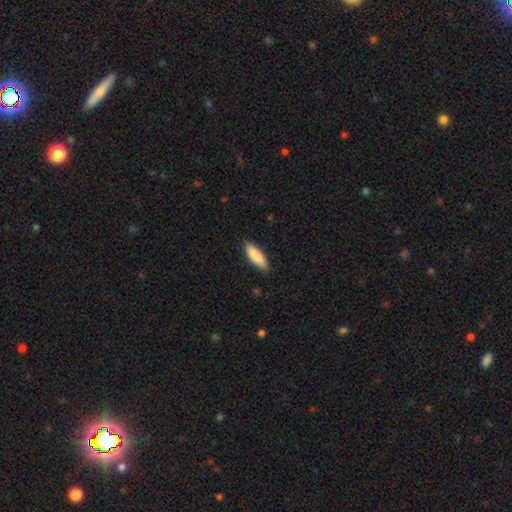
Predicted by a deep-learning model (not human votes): smooth 87%, featured or disk 8%, star or artifact 5%. Down the decision tree: how rounded — in between (49%, tied with cigar-shaped); merging — none (86%).